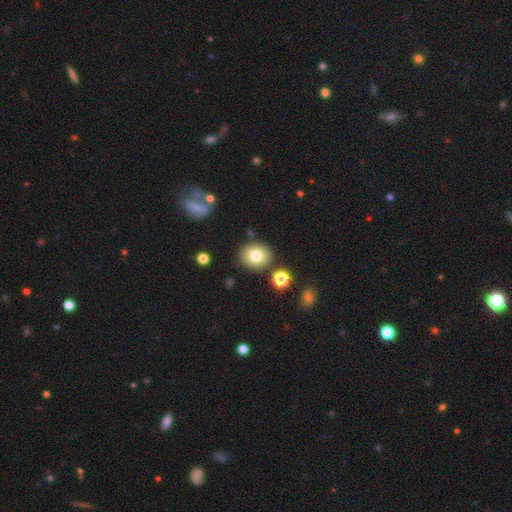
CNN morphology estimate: Smooth or featured?
  - smooth: 78% *
  - featured or disk: 11%
  - star or artifact: 11%
How rounded?
  - round: 74% *
  - in between: 25%
  - cigar-shaped: 1%
Merging?
  - none: 83% *
  - minor disturbance: 9%
  - merger: 5%
  - major disturbance: 3%